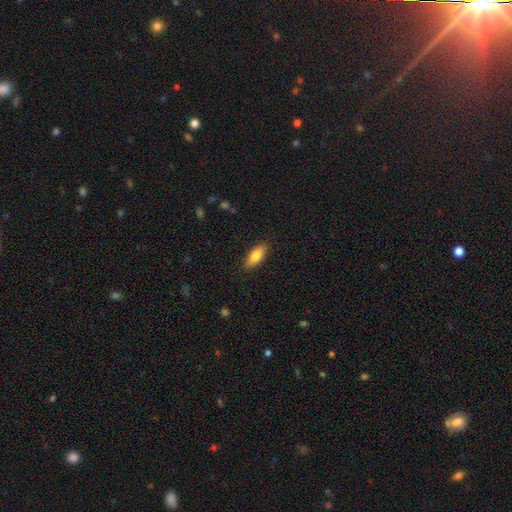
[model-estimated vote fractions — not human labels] Smooth or featured?
  - smooth: 81% *
  - featured or disk: 13%
  - star or artifact: 7%
How rounded?
  - in between: 82% *
  - cigar-shaped: 16%
  - round: 3%
Merging?
  - none: 87% *
  - minor disturbance: 10%
  - major disturbance: 2%
  - merger: 1%